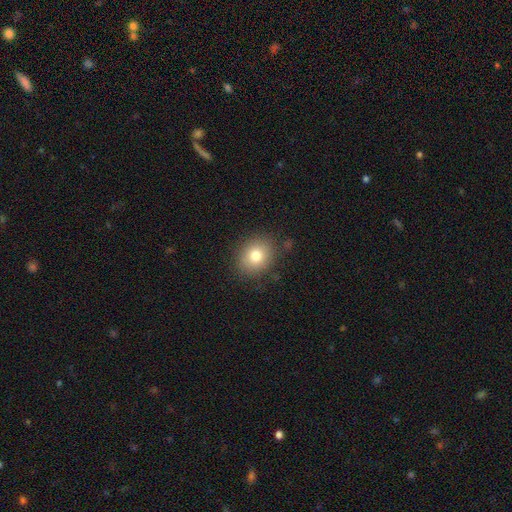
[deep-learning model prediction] Smooth or featured? smooth (79%)
How rounded? round (65%)
Merging? none (84%)